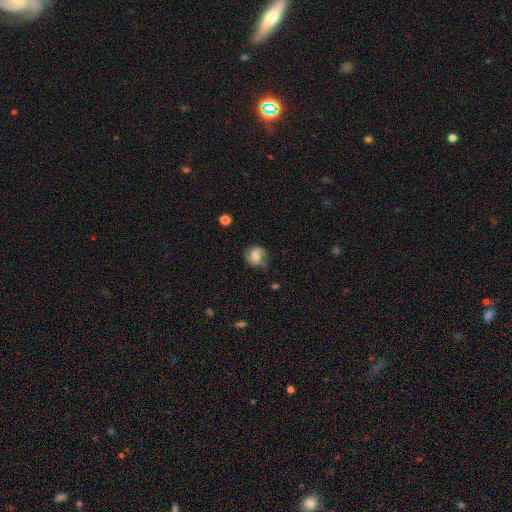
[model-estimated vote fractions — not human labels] Overall: featured or disk (50%; smooth 42%). Merging: none (66%).